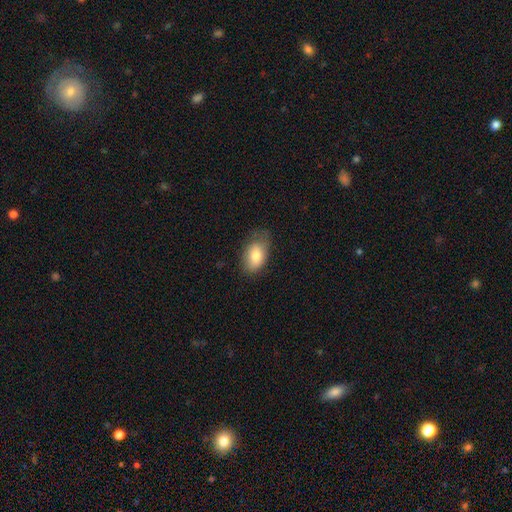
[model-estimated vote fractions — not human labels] Q: Smooth or featured?
A: smooth (79%); runner-up: featured or disk (13%)
Q: How rounded?
A: in between (90%); runner-up: round (9%)
Q: Merging?
A: none (60%); runner-up: minor disturbance (30%)